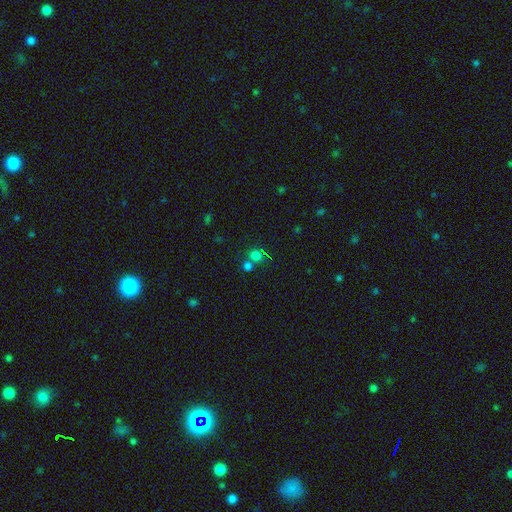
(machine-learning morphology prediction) This is likely a smooth galaxy (66%). How rounded: clearly round (82%). Merging: possibly none (57%).